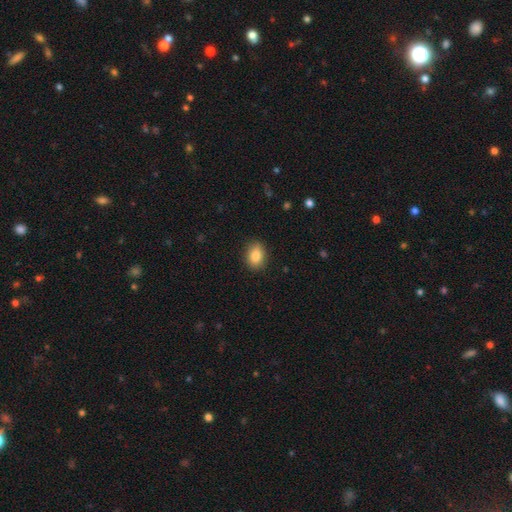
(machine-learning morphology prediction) smooth_or_featured: smooth (p=0.85) [alt: star or artifact p=0.08]
how_rounded: in between (p=0.72) [alt: round p=0.26]
merging: none (p=0.87) [alt: minor disturbance p=0.10]